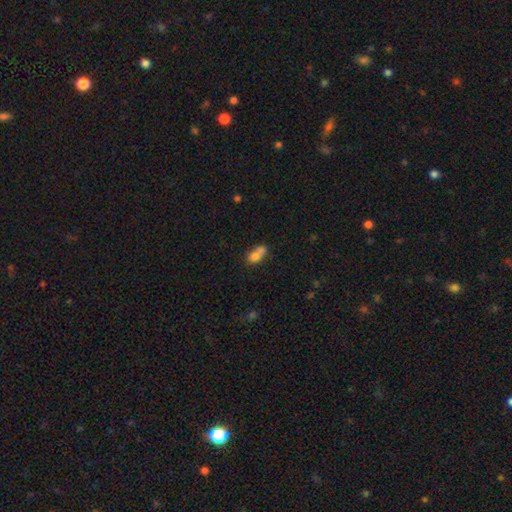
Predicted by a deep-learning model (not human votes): Smooth or featured? smooth (73%)
How rounded? in between (63%)
Merging? merger (59%)